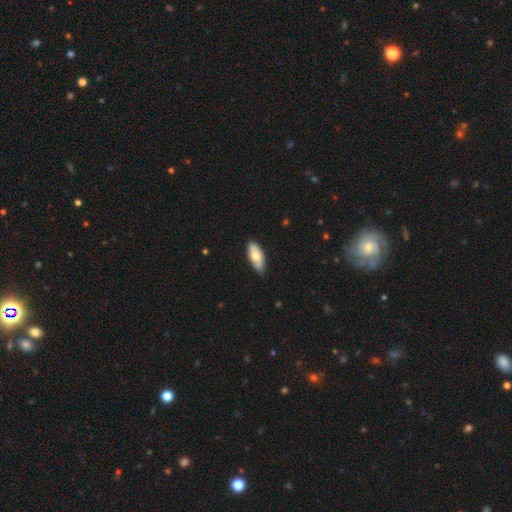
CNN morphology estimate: Smooth or featured?
  - smooth: 65% *
  - featured or disk: 30%
  - star or artifact: 5%
How rounded?
  - in between: 82% *
  - cigar-shaped: 16%
  - round: 2%
Merging?
  - none: 81% *
  - minor disturbance: 15%
  - major disturbance: 2%
  - merger: 1%